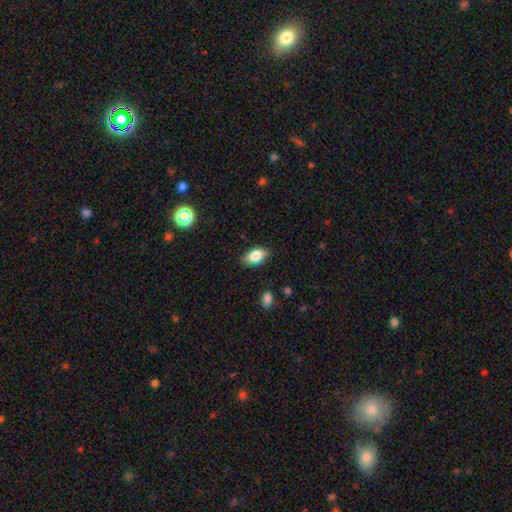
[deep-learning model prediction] The model was most divided on "merging": none: 84%, minor disturbance: 12%, major disturbance: 2%, merger: 1%. More confident: how rounded — in between (90%); smooth or featured — smooth (83%).